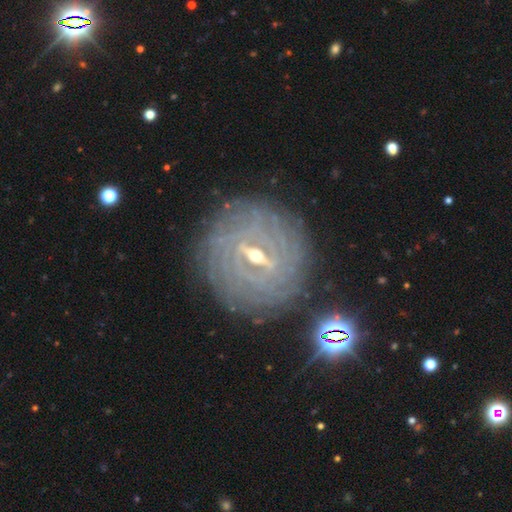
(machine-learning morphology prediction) A featured or disk galaxy (84%) with a strong bar (51%), tight (88%) spiral arms (90%) and a small central bulge (50%).

Vote fractions:
- Smooth or featured? featured or disk: 84% / star or artifact: 8% / smooth: 8%
- Edge-on disk? no: 92% / yes: 8%
- Bar? strong: 51% / weak: 39% / no: 10%
- Spiral arms? yes: 90% / no: 10%
- Spiral winding? tight: 88% / medium: 9% / loose: 3%
- Spiral arm count? can't tell: 35% / more than 4: 29% / 4: 15% / 2: 7% / 3: 7% / 1: 6%
- Bulge size? small: 50% / moderate: 46% / large: 2% / none: 1% / dominant: 1%
- Merging? none: 86% / minor disturbance: 8% / major disturbance: 4% / merger: 2%